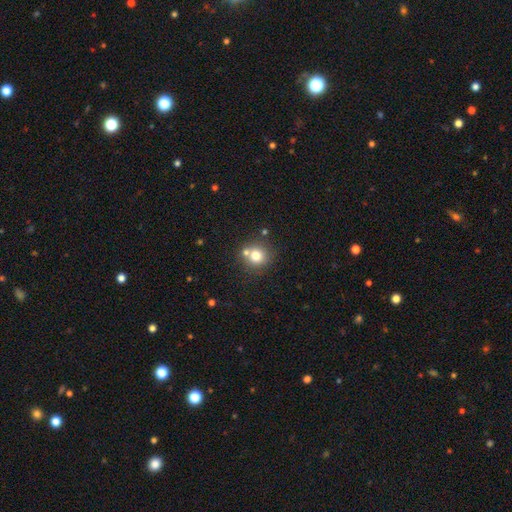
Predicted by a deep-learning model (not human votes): A smooth galaxy with no disk features (75%) that is round (88%).

Vote fractions:
- Smooth or featured? smooth: 75% / star or artifact: 13% / featured or disk: 12%
- How rounded? round: 88% / in between: 11% / cigar-shaped: 1%
- Merging? none: 64% / merger: 24% / minor disturbance: 9% / major disturbance: 3%